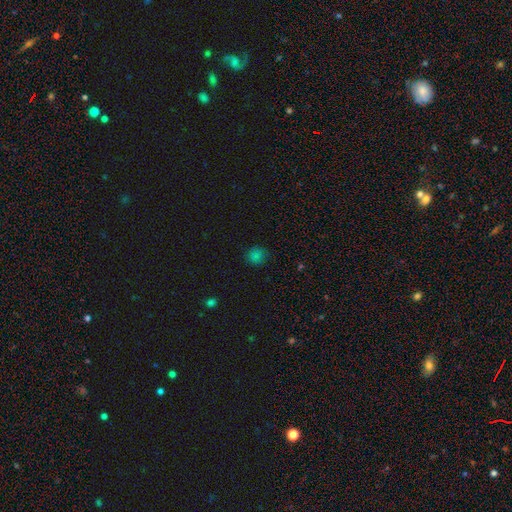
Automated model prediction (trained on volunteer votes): This appears to be a smooth galaxy with no disk features (76%) that is round (89%). Merging: none (86%).